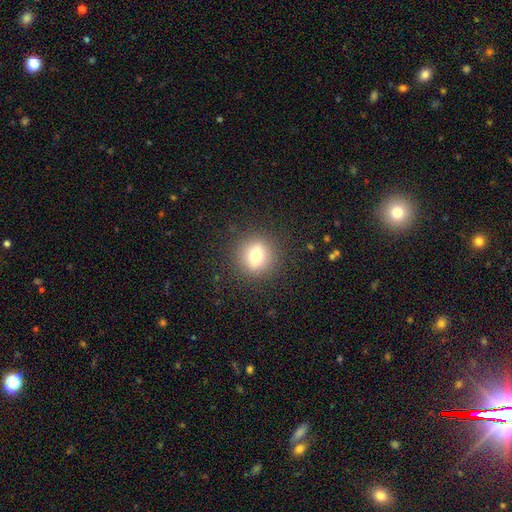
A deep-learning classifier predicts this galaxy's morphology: The model was most divided on "smooth or featured": smooth: 70%, featured or disk: 17%, star or artifact: 12%. More confident: merging — none (88%); how rounded — round (85%).